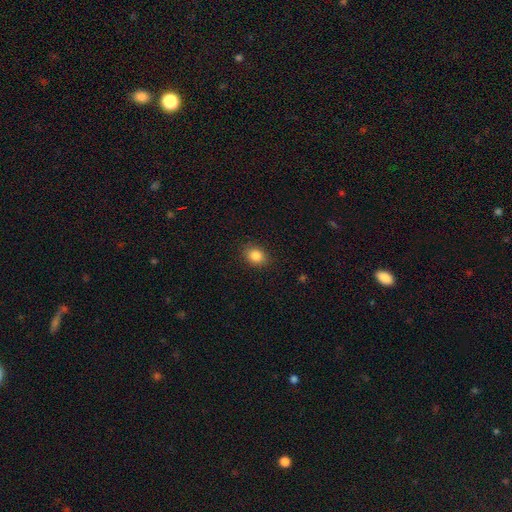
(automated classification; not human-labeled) Smooth or featured?
  - smooth: 85% *
  - star or artifact: 10%
  - featured or disk: 5%
How rounded?
  - in between: 56% *
  - round: 43%
  - cigar-shaped: 1%
Merging?
  - none: 88% *
  - minor disturbance: 9%
  - major disturbance: 2%
  - merger: 1%